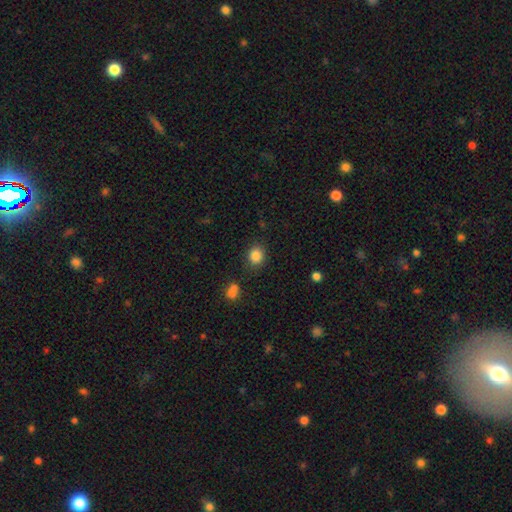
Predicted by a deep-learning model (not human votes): smooth-or-featured: smooth: 85% | star or artifact: 11% | featured or disk: 5%
  how-rounded: round: 74% | in between: 25% | cigar-shaped: 1%
  merging: none: 84% | minor disturbance: 10% | merger: 3% | major disturbance: 3%